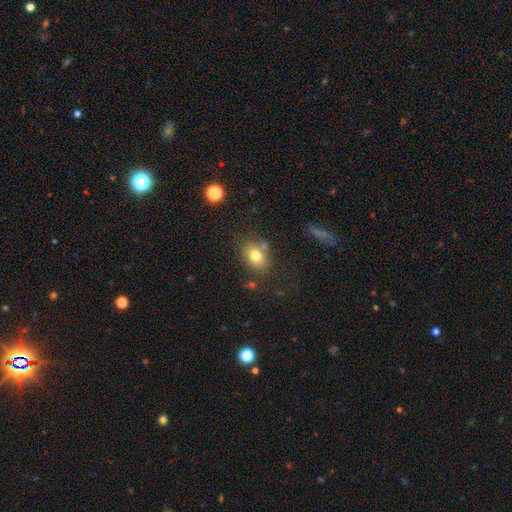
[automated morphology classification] smooth 78%, featured or disk 11%, star or artifact 11%. Down the decision tree: how rounded — in between (62%); merging — none (72%).